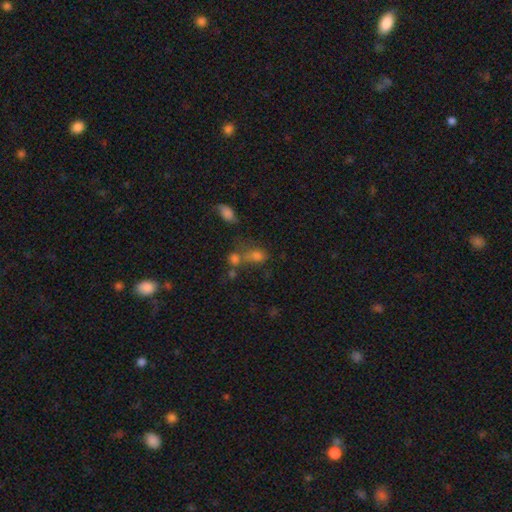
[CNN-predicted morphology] The model was most divided on "merging": merger: 42%, none: 37%, minor disturbance: 12%, major disturbance: 9%. More confident: smooth or featured — smooth (65%); how rounded — in between (61%).